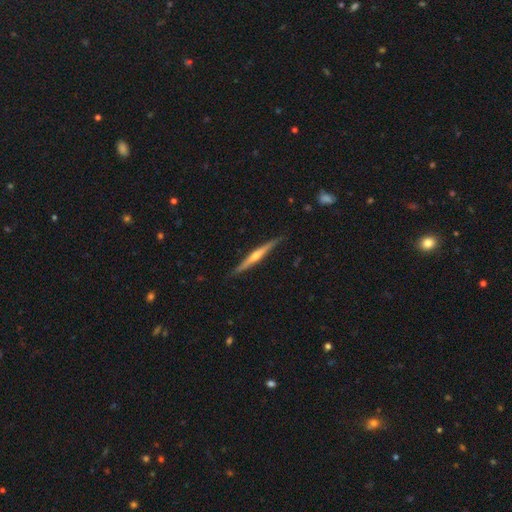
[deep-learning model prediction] Smooth or featured? Predicted: featured or disk (p=0.76). Edge-on disk? Predicted: yes (p=0.98). Edge-on bulge? Predicted: rounded (p=0.84). Merging? Predicted: none (p=0.89).